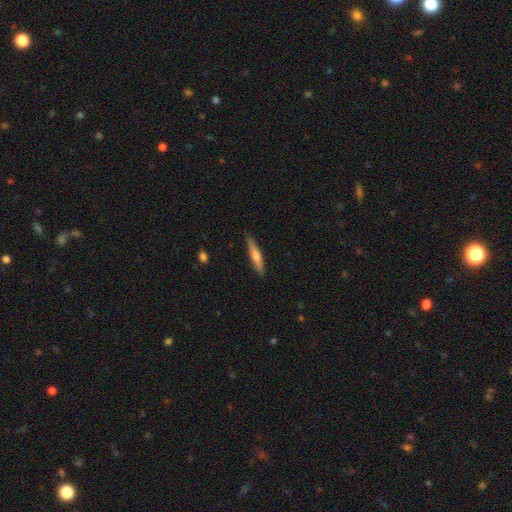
This appears to be a smooth galaxy with no disk features (51%) that is cigar-shaped (89%). Merging: none (92%).